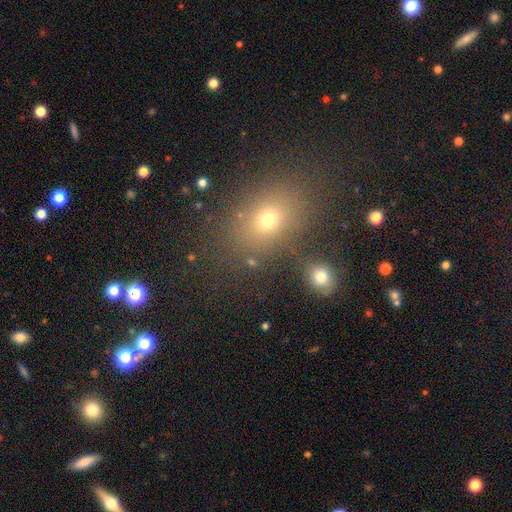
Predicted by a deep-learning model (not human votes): Smooth or featured? smooth (61%)
How rounded? in between (62%)
Merging? none (82%)